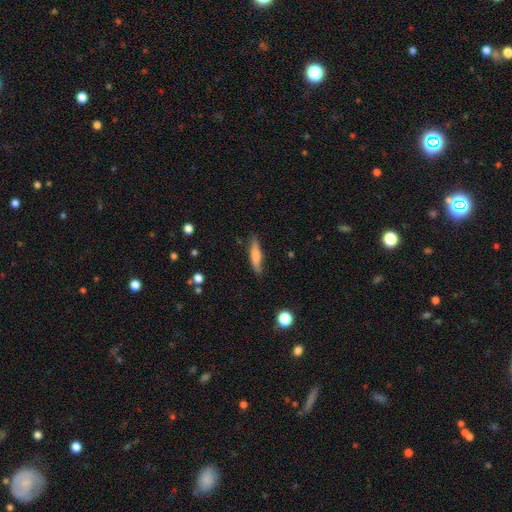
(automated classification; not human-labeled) smooth 67%, featured or disk 27%, star or artifact 6%. Down the decision tree: how rounded — cigar-shaped (84%); merging — none (83%).